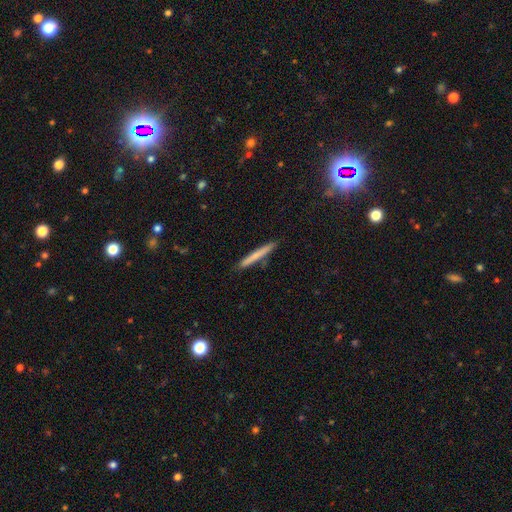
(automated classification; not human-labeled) A smooth galaxy with no disk features (69%) that is cigar-shaped (97%).

Vote fractions:
- Smooth or featured? smooth: 69% / featured or disk: 25% / star or artifact: 6%
- How rounded? cigar-shaped: 97% / in between: 2% / round: 1%
- Merging? none: 89% / minor disturbance: 8% / merger: 2% / major disturbance: 1%